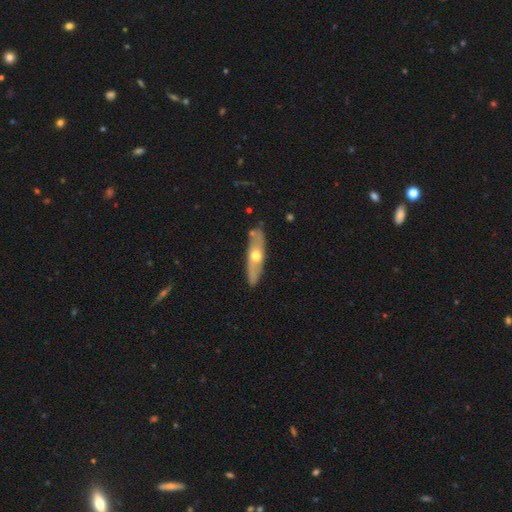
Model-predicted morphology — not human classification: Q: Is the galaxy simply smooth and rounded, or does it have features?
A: featured or disk — 57%.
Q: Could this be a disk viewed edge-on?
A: yes — 64%.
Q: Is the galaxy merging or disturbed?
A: none — 84%.